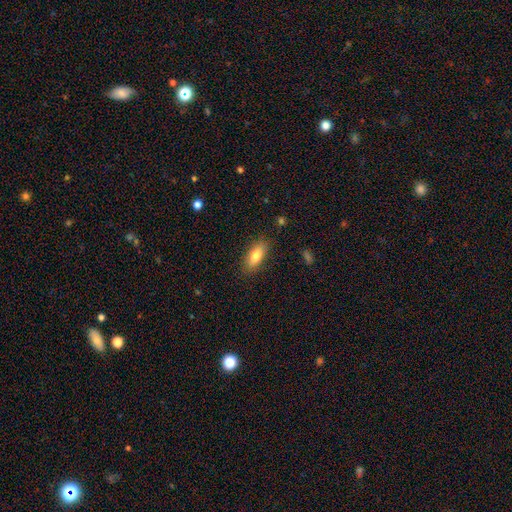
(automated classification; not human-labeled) Smooth or featured? smooth (80%)
How rounded? in between (79%)
Merging? none (86%)